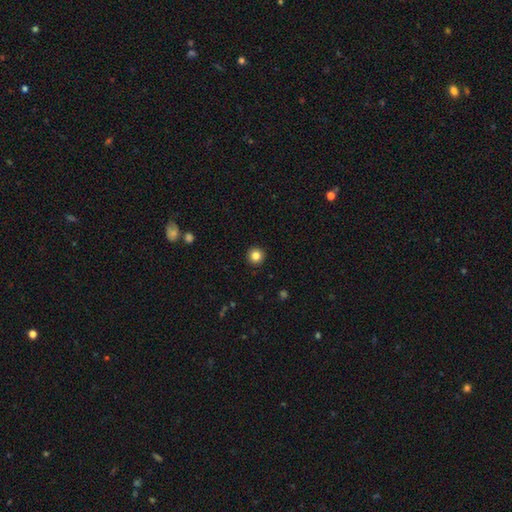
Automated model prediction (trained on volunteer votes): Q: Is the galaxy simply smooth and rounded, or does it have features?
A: smooth — 83%.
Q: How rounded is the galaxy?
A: round — 96%.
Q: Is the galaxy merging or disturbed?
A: none — 93%.